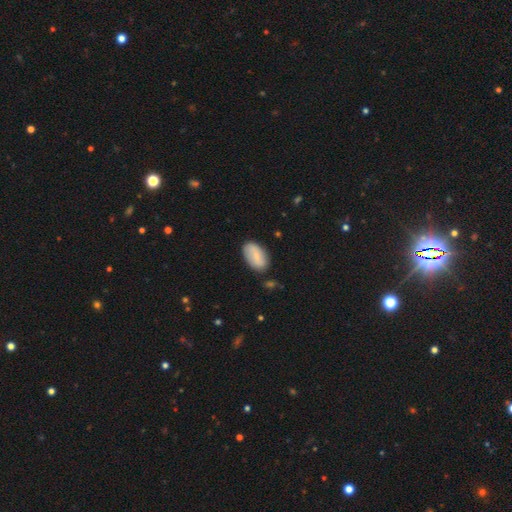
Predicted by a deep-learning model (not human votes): Q: Smooth or featured?
A: smooth (73%); runner-up: featured or disk (20%)
Q: How rounded?
A: in between (94%); runner-up: round (4%)
Q: Merging?
A: none (80%); runner-up: minor disturbance (15%)